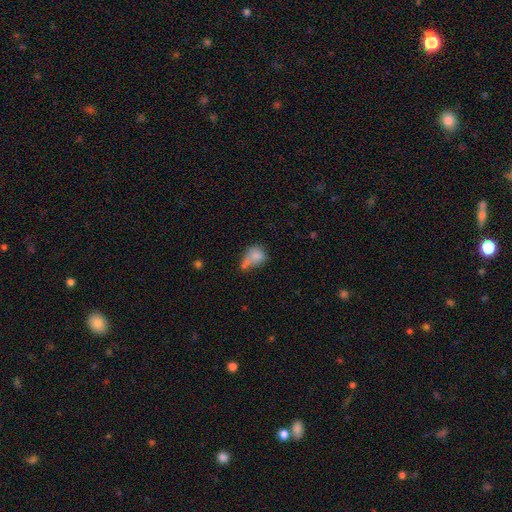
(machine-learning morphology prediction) This appears to be a smooth galaxy with no disk features (75%) that is in between round and cigar-shaped (54%). Merging: merger (38%).